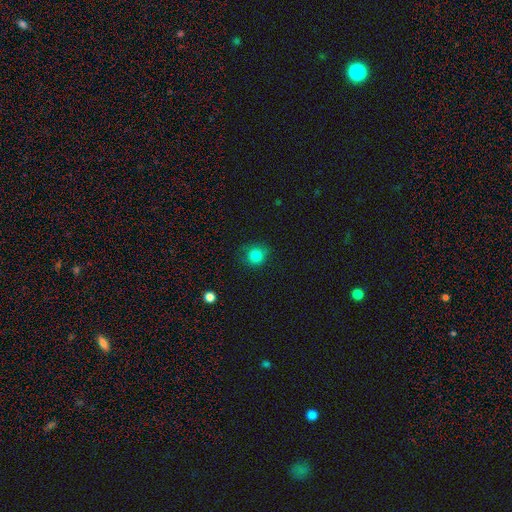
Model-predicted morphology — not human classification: This is clearly a smooth galaxy (83%). How rounded: clearly round (88%). Merging: likely none (78%).